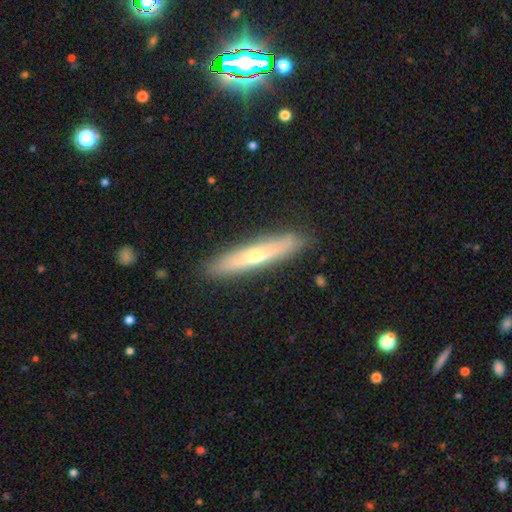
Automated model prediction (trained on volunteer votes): Smooth or featured? Predicted: featured or disk (p=0.58). Edge-on disk? Predicted: yes (p=0.86). Merging? Predicted: none (p=0.87).